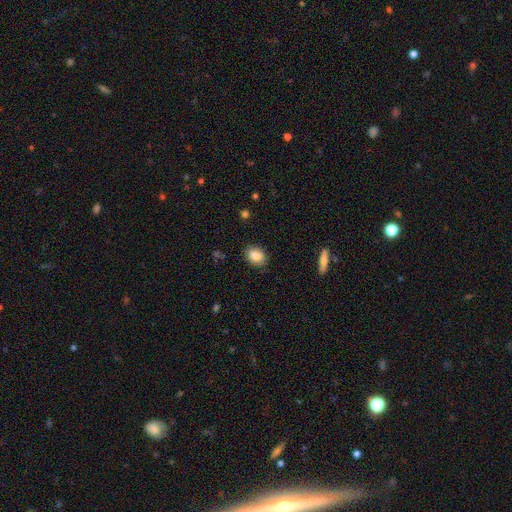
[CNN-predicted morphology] A smooth galaxy with no disk features (84%) that is in between round and cigar-shaped (73%).

Vote fractions:
- Smooth or featured? smooth: 84% / featured or disk: 8% / star or artifact: 8%
- How rounded? in between: 73% / round: 26% / cigar-shaped: 1%
- Merging? none: 87% / minor disturbance: 10% / major disturbance: 2% / merger: 1%